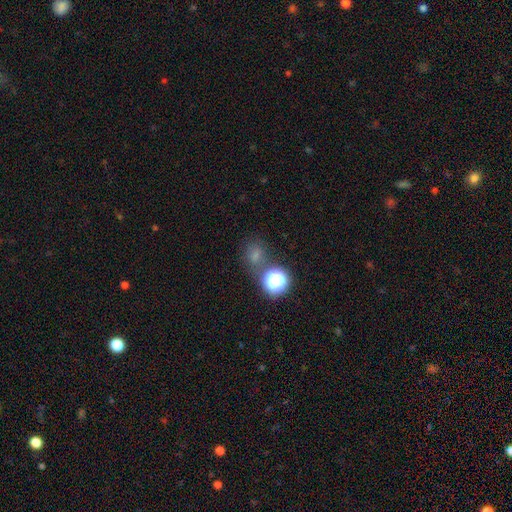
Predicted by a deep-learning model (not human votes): A smooth galaxy with no disk features (65%) that is round (67%).

Vote fractions:
- Smooth or featured? smooth: 65% / star or artifact: 27% / featured or disk: 8%
- How rounded? round: 67% / in between: 32% / cigar-shaped: 1%
- Merging? none: 65% / minor disturbance: 15% / merger: 13% / major disturbance: 7%